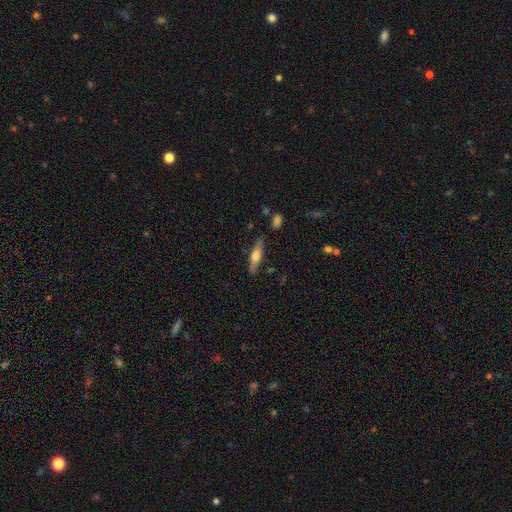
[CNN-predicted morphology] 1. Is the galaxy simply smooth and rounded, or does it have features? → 54% smooth, 40% featured or disk, 6% star or artifact.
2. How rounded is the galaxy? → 70% cigar-shaped, 28% in between, 2% round.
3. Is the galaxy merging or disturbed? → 81% none, 14% minor disturbance, 3% major disturbance, 2% merger.